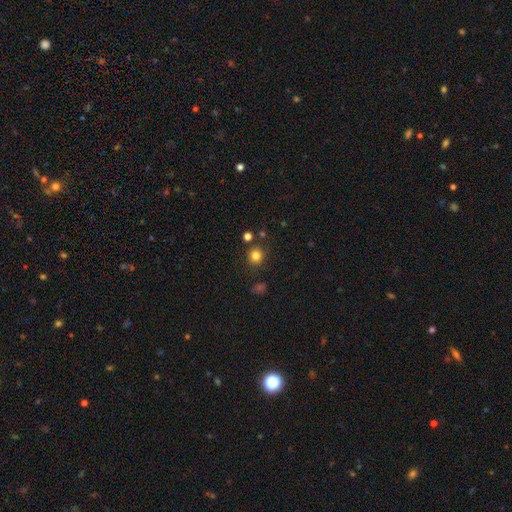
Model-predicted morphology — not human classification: smooth-or-featured: smooth: 81% | star or artifact: 14% | featured or disk: 5%
  how-rounded: round: 89% | in between: 10% | cigar-shaped: 1%
  merging: none: 85% | minor disturbance: 8% | merger: 4% | major disturbance: 3%